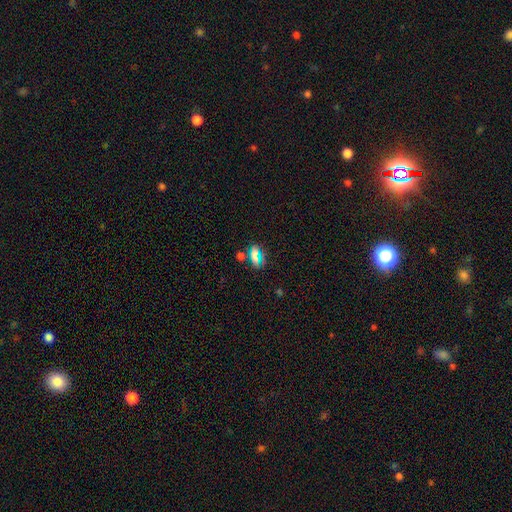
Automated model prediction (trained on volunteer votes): Smooth or featured?
  - smooth: 62% *
  - star or artifact: 27%
  - featured or disk: 11%
How rounded?
  - in between: 70% *
  - round: 15%
  - cigar-shaped: 14%
Merging?
  - none: 71% *
  - minor disturbance: 14%
  - merger: 8%
  - major disturbance: 7%